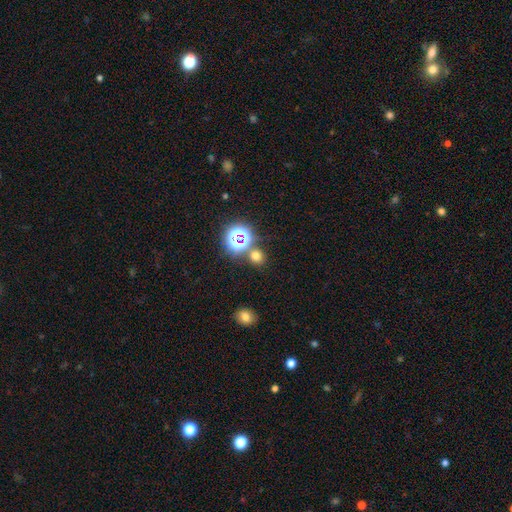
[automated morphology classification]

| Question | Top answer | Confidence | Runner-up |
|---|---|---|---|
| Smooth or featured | smooth | 64% | star or artifact (29%) |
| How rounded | round | 85% | in between (14%) |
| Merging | none | 79% | merger (11%) |